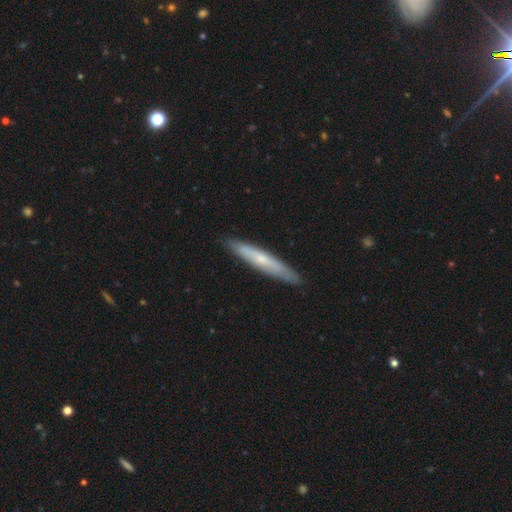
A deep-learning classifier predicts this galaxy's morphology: smooth-or-featured: featured or disk: 50% | smooth: 43% | star or artifact: 7%
  merging: none: 88% | minor disturbance: 9% | major disturbance: 2% | merger: 1%